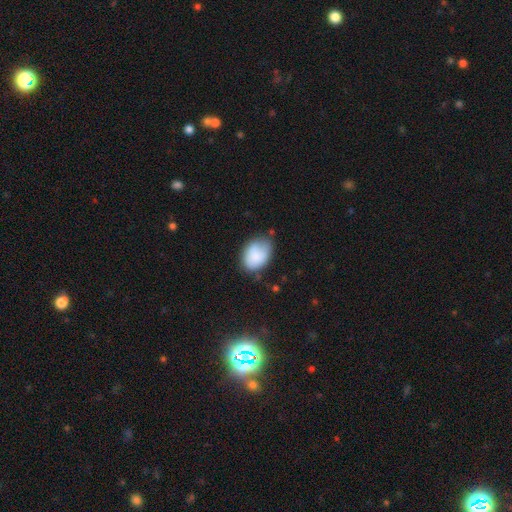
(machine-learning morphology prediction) Smooth or featured: smooth — 81% (featured or disk — 12%)
How rounded: in between — 76% (round — 23%)
Merging: none — 54% (minor disturbance — 32%)